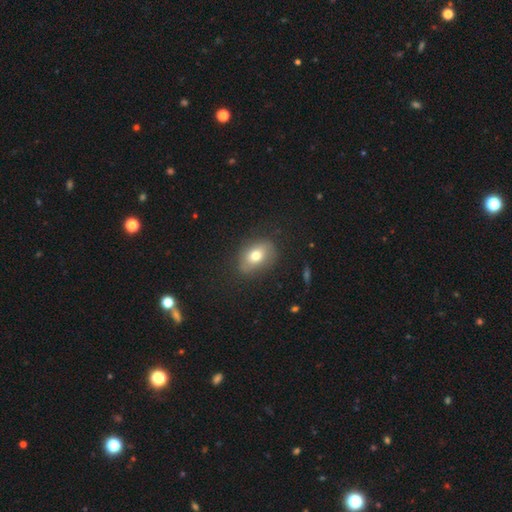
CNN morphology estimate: Smooth or featured? Predicted: smooth (p=0.71). How rounded? Predicted: in between (p=0.78). Merging? Predicted: none (p=0.77).